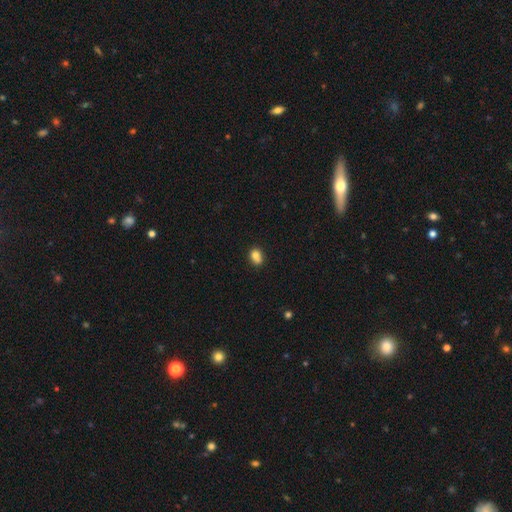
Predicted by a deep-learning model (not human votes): Smooth or featured?
  - smooth: 80% *
  - star or artifact: 10%
  - featured or disk: 10%
How rounded?
  - in between: 55% *
  - round: 44%
  - cigar-shaped: 1%
Merging?
  - none: 56% *
  - merger: 19%
  - minor disturbance: 19%
  - major disturbance: 5%